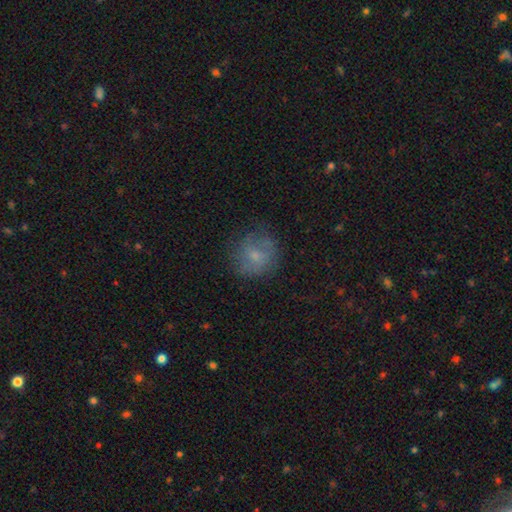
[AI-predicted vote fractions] The model was most divided on "smooth or featured": smooth: 62%, featured or disk: 27%, star or artifact: 11%. More confident: how rounded — round (82%); merging — none (66%).